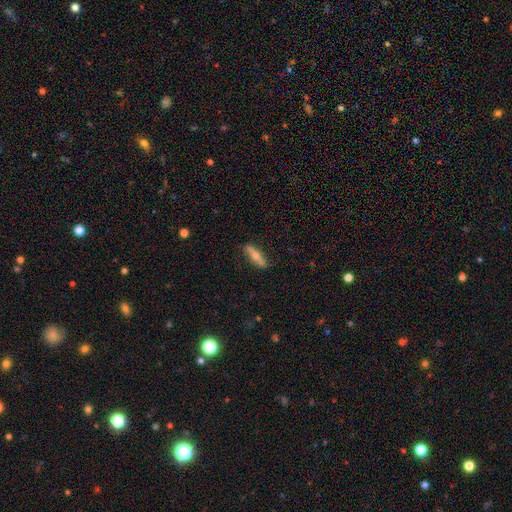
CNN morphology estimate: smooth_or_featured: smooth (p=0.53) [alt: featured or disk p=0.40]
how_rounded: cigar-shaped (p=0.72) [alt: in between p=0.25]
merging: none (p=0.84) [alt: minor disturbance p=0.13]